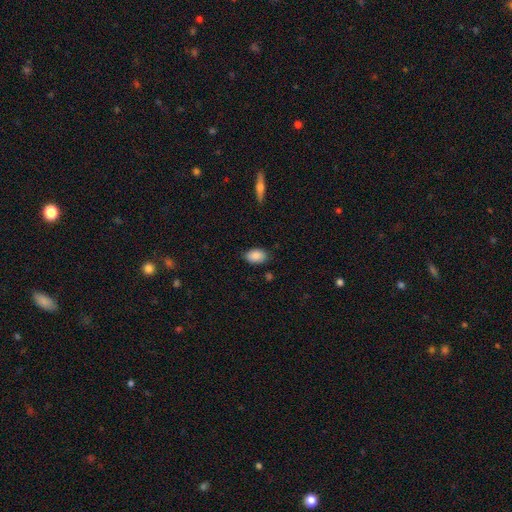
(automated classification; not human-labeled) Q: Smooth or featured?
A: smooth (88%); runner-up: star or artifact (7%)
Q: How rounded?
A: in between (89%); runner-up: round (10%)
Q: Merging?
A: none (83%); runner-up: minor disturbance (13%)